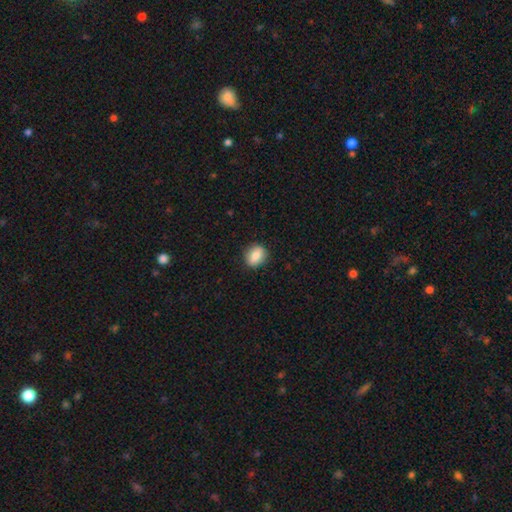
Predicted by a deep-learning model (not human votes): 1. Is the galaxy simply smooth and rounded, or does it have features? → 83% smooth, 9% featured or disk, 8% star or artifact.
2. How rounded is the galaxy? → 56% round, 43% in between, 1% cigar-shaped.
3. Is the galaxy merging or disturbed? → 88% none, 9% minor disturbance, 2% major disturbance, 1% merger.